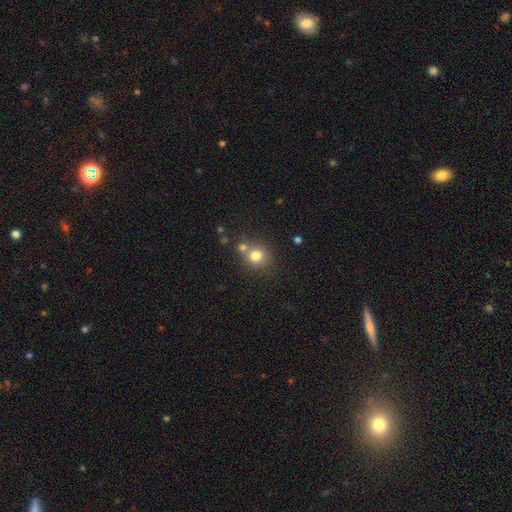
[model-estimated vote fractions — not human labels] This appears to be a smooth galaxy with no disk features (78%) that is round (83%). Merging: none (62%).